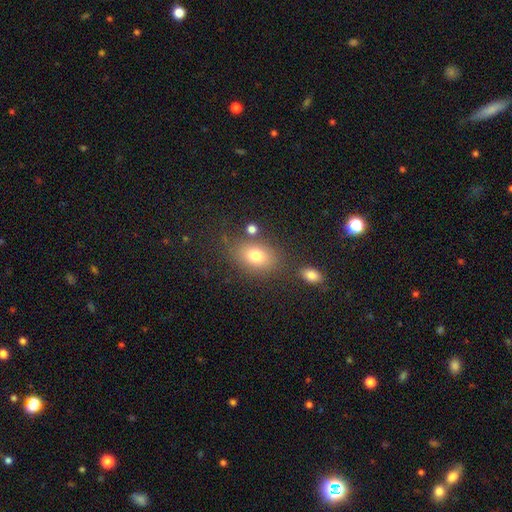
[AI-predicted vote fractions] This is likely a smooth galaxy (78%). How rounded: likely in between (75%). Merging: likely none (72%).